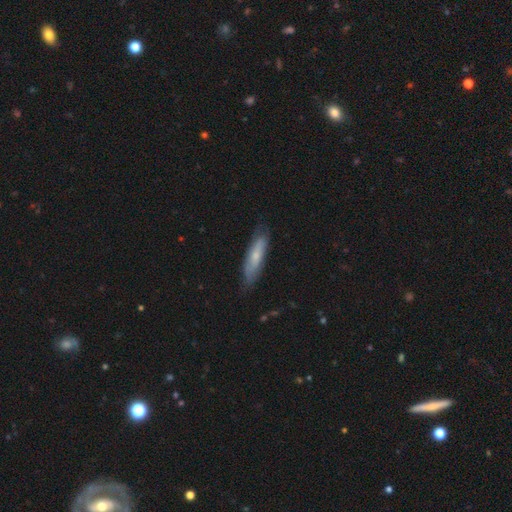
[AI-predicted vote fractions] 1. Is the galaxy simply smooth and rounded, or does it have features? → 55% smooth, 39% featured or disk, 6% star or artifact.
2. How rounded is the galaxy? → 68% cigar-shaped, 30% in between, 2% round.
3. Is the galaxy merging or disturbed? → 75% none, 20% minor disturbance, 4% major disturbance, 1% merger.